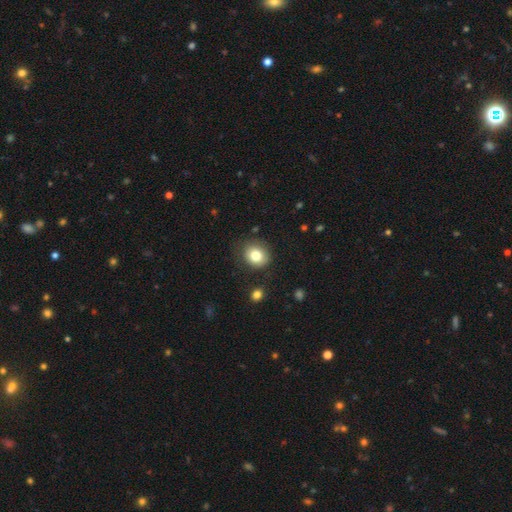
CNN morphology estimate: A smooth galaxy with no disk features (81%) that is round (71%).

Vote fractions:
- Smooth or featured? smooth: 81% / star or artifact: 10% / featured or disk: 9%
- How rounded? round: 71% / in between: 28% / cigar-shaped: 1%
- Merging? none: 81% / minor disturbance: 13% / major disturbance: 4% / merger: 2%